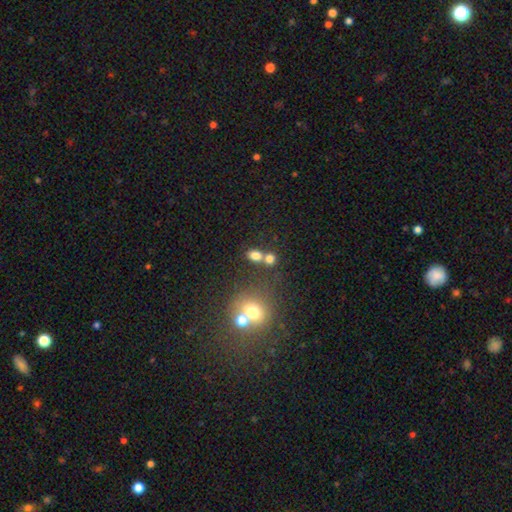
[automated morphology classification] This appears to be a smooth galaxy with no disk features (76%) that is in between round and cigar-shaped (58%). Merging: none (49%).